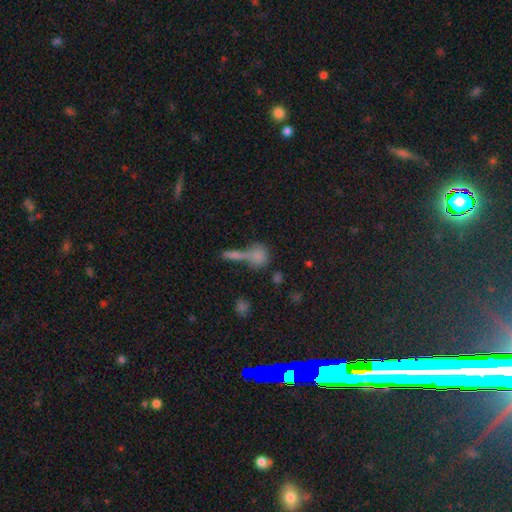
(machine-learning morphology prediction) This appears to be a smooth galaxy with no disk features (73%) that is round (52%). Merging: merger (41%).